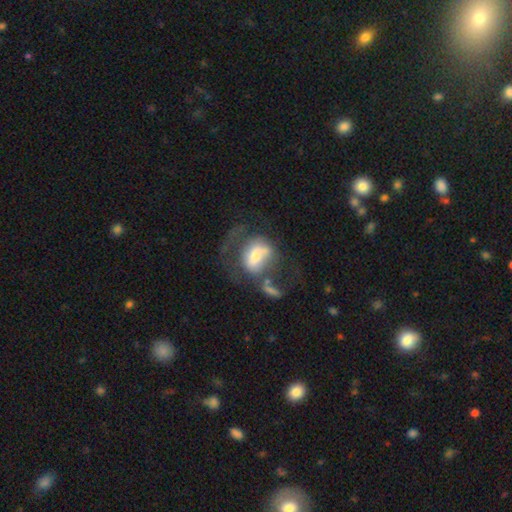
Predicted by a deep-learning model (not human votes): This is possibly a featured or disk galaxy (49%). Merging: marginally major disturbance (42%).